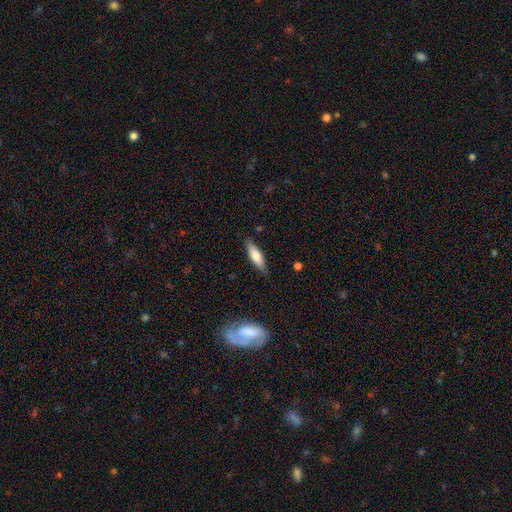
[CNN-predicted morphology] smooth_or_featured: smooth (p=0.74) [alt: featured or disk p=0.20]
how_rounded: cigar-shaped (p=0.52) [alt: in between p=0.46]
merging: none (p=0.82) [alt: minor disturbance p=0.14]